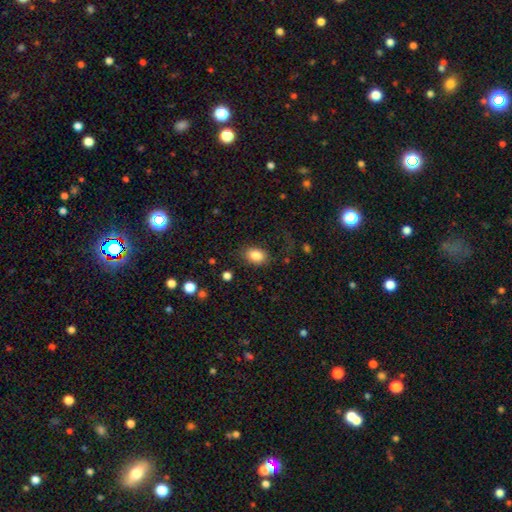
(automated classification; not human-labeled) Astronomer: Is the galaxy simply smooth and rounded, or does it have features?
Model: smooth — 85%.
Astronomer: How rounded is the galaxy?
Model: in between — 80%.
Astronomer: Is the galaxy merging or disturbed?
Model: none — 80%.